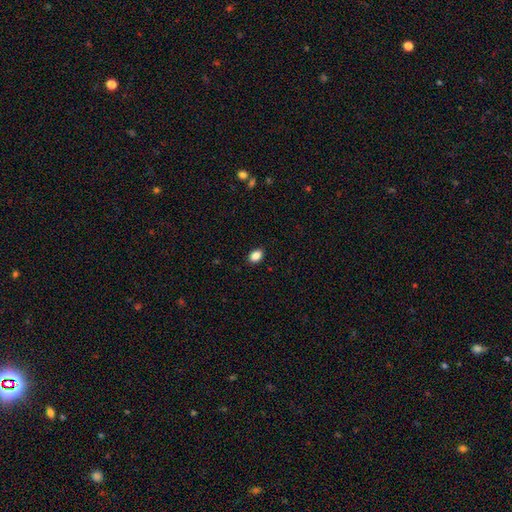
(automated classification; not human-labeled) A smooth galaxy with no disk features (88%) that is in between round and cigar-shaped (79%).

Vote fractions:
- Smooth or featured? smooth: 88% / star or artifact: 9% / featured or disk: 3%
- How rounded? in between: 79% / round: 20% / cigar-shaped: 1%
- Merging? none: 90% / minor disturbance: 8% / major disturbance: 2% / merger: 1%